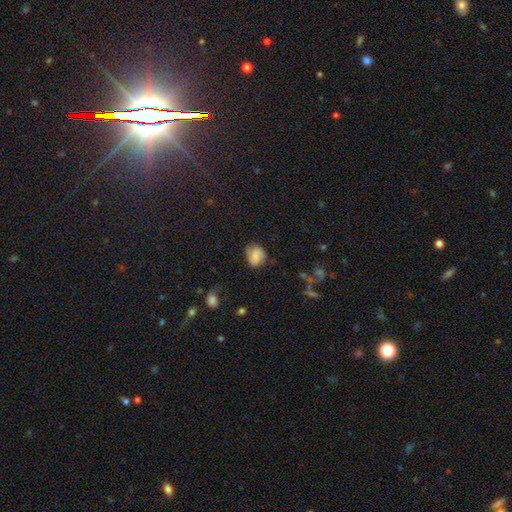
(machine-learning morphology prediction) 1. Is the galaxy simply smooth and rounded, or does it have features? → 67% smooth, 22% featured or disk, 11% star or artifact.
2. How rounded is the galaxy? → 55% round, 44% in between, 1% cigar-shaped.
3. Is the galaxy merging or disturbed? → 51% none, 32% minor disturbance, 14% major disturbance, 3% merger.